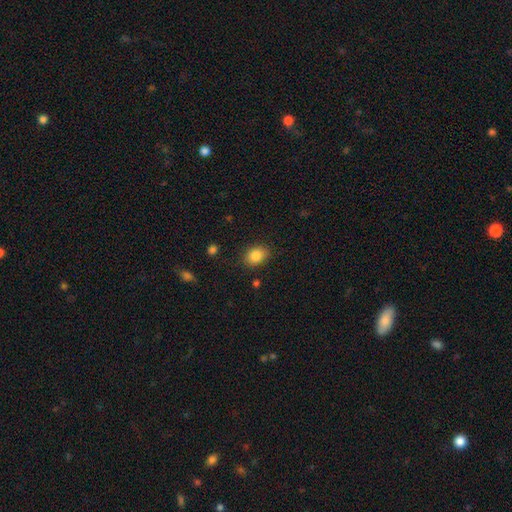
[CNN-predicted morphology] This is clearly a smooth galaxy (86%). How rounded: likely in between (69%). Merging: clearly none (83%).